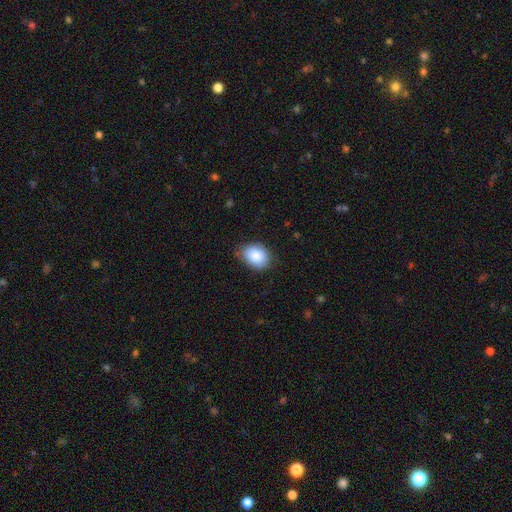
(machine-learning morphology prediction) Smooth or featured? smooth (86%)
How rounded? in between (68%)
Merging? none (71%)